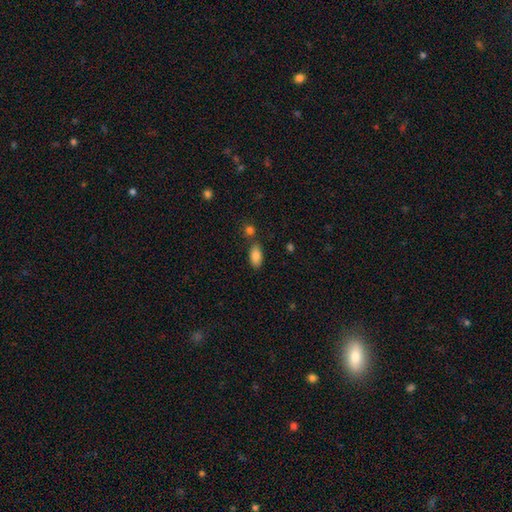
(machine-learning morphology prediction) Smooth or featured? smooth (86%)
How rounded? in between (91%)
Merging? none (73%)